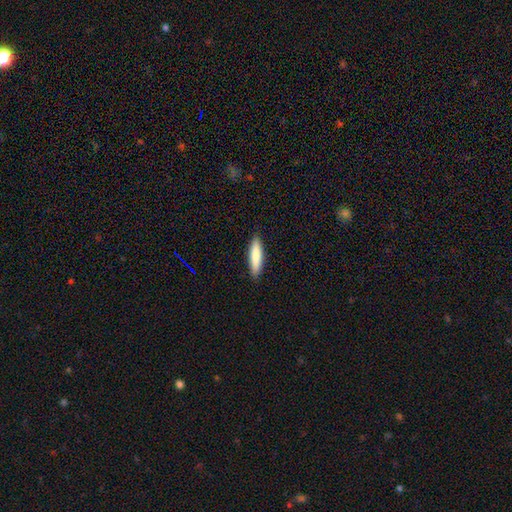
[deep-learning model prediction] Smooth or featured? smooth (82%)
How rounded? cigar-shaped (76%)
Merging? none (90%)